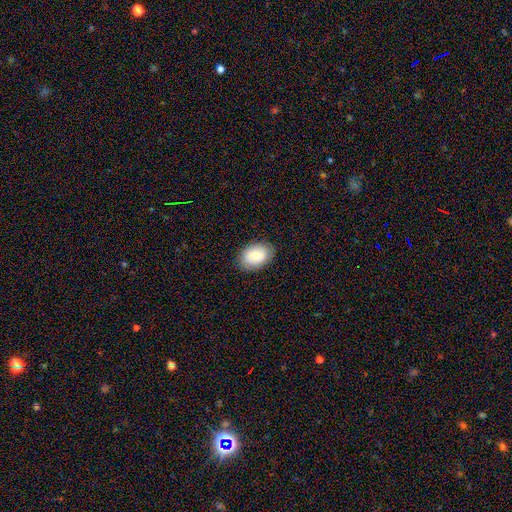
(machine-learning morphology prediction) smooth-or-featured: smooth: 74% | featured or disk: 19% | star or artifact: 7%
  how-rounded: in between: 83% | round: 16% | cigar-shaped: 1%
  merging: none: 85% | minor disturbance: 12% | major disturbance: 3% | merger: 1%